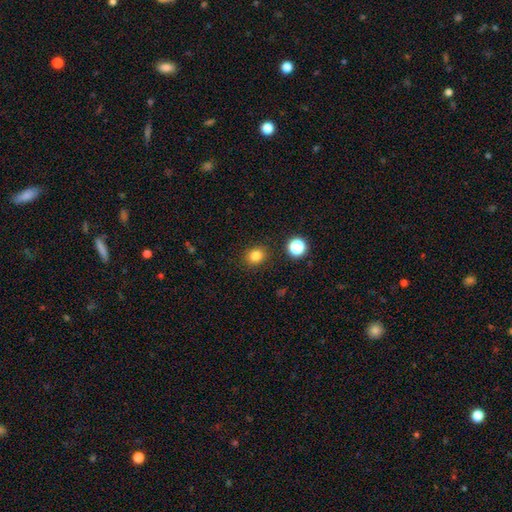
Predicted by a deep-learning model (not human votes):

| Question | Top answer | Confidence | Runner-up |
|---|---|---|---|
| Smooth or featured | smooth | 82% | star or artifact (13%) |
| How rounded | round | 68% | in between (31%) |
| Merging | none | 89% | minor disturbance (7%) |